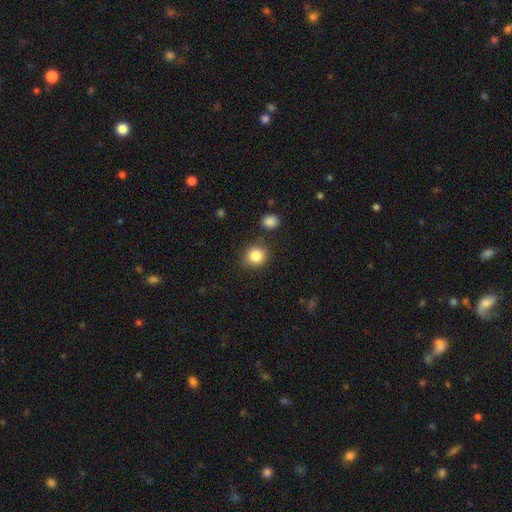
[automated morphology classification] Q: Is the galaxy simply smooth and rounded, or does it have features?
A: smooth — 86%.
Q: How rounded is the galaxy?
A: round — 81%.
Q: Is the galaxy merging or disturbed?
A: none — 80%.